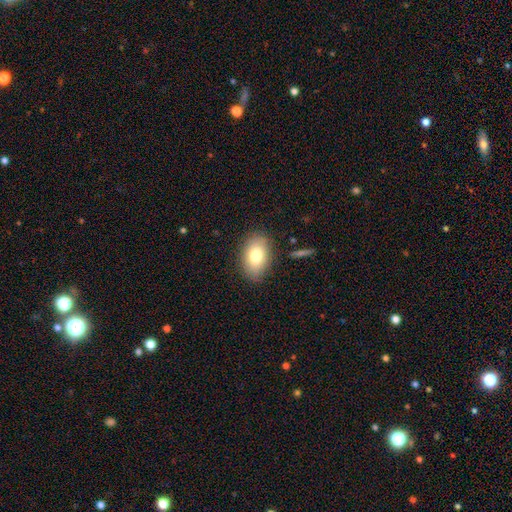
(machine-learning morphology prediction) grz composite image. It shows a smooth galaxy with no disk features (80%) that is in between round and cigar-shaped (90%). Merging: none (84%).